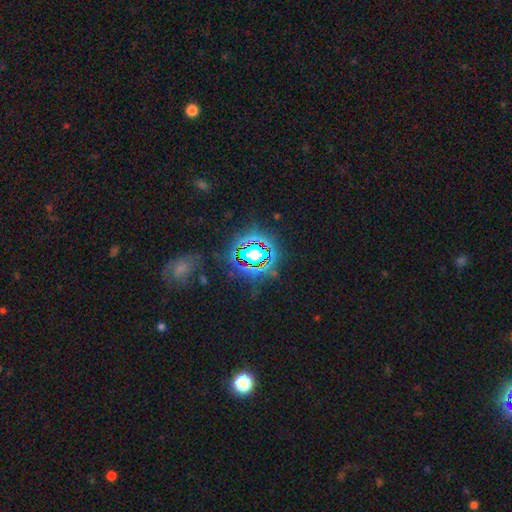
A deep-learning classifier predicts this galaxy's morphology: type=star or artifact (73%).